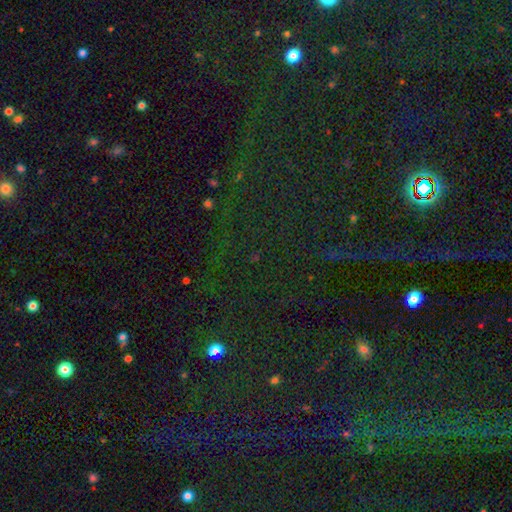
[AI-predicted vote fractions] Smooth or featured? star or artifact (79%)